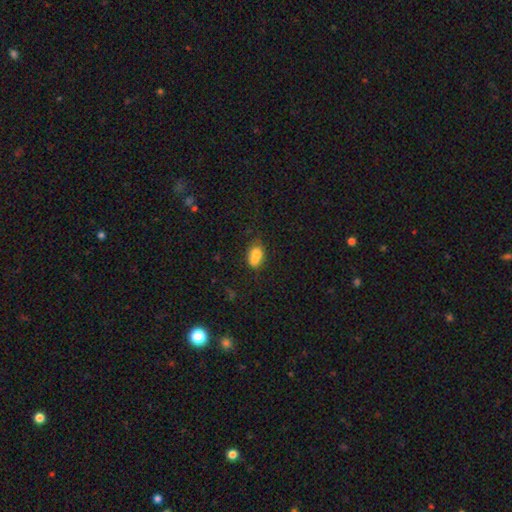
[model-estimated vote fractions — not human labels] Smooth or featured?
  - smooth: 83% *
  - star or artifact: 10%
  - featured or disk: 8%
How rounded?
  - in between: 86% *
  - round: 9%
  - cigar-shaped: 5%
Merging?
  - none: 63% *
  - minor disturbance: 26%
  - major disturbance: 7%
  - merger: 4%